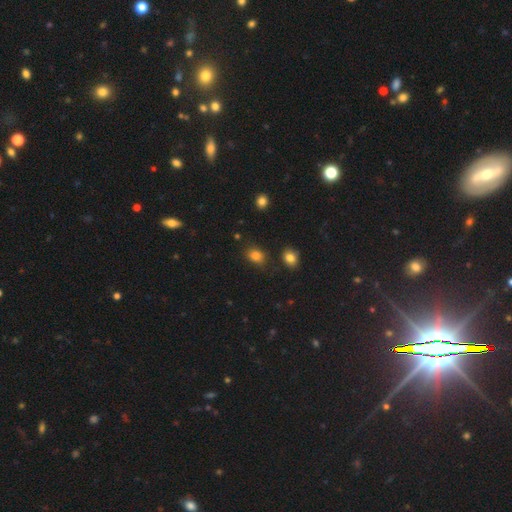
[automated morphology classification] This appears to be a smooth galaxy with no disk features (83%) that is in between round and cigar-shaped (61%). Merging: none (77%).